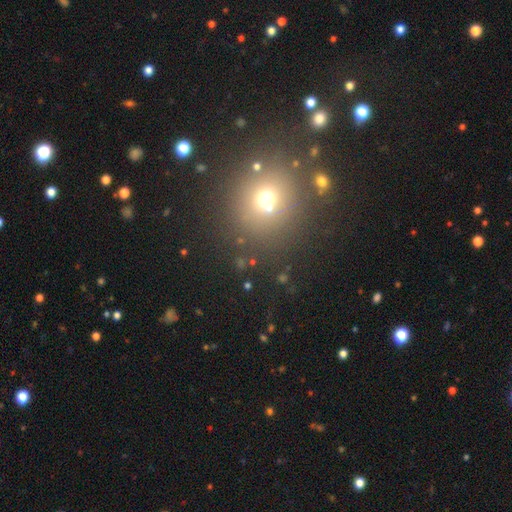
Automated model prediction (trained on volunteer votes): smooth-or-featured: smooth: 53% | star or artifact: 38% | featured or disk: 9%
  how-rounded: round: 88% | in between: 10% | cigar-shaped: 1%
  merging: none: 86% | minor disturbance: 7% | major disturbance: 3% | merger: 3%